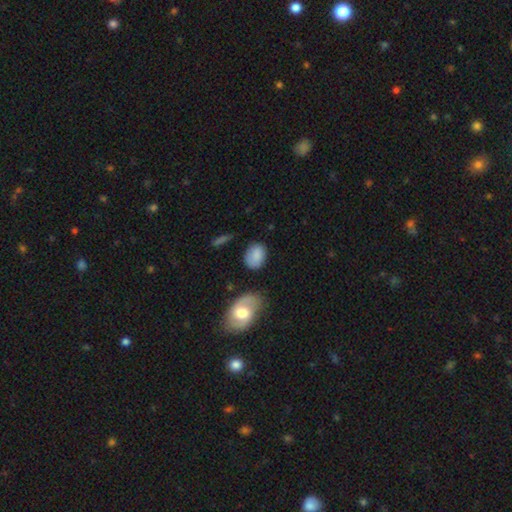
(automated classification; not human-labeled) This appears to be a smooth galaxy with no disk features (82%) that is in between round and cigar-shaped (67%). Merging: none (70%).